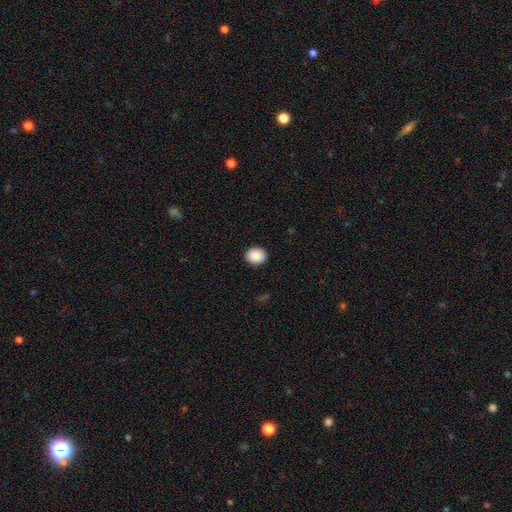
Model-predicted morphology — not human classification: Smooth or featured?
  - smooth: 89% *
  - star or artifact: 8%
  - featured or disk: 3%
How rounded?
  - round: 60% *
  - in between: 39%
  - cigar-shaped: 1%
Merging?
  - none: 91% *
  - minor disturbance: 6%
  - major disturbance: 2%
  - merger: 1%